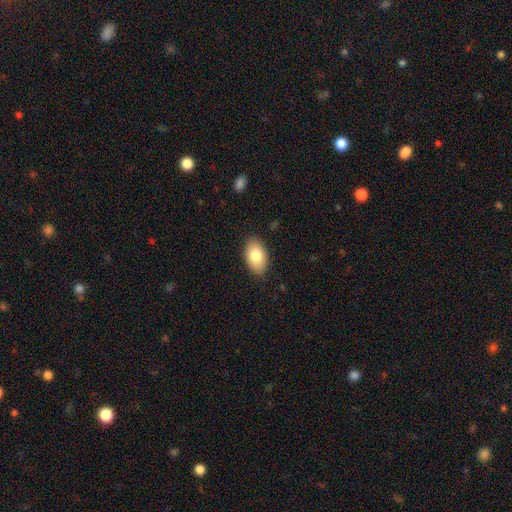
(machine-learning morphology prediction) smooth_or_featured: smooth (p=0.81) [alt: featured or disk p=0.12]
how_rounded: in between (p=0.93) [alt: round p=0.06]
merging: none (p=0.86) [alt: minor disturbance p=0.10]